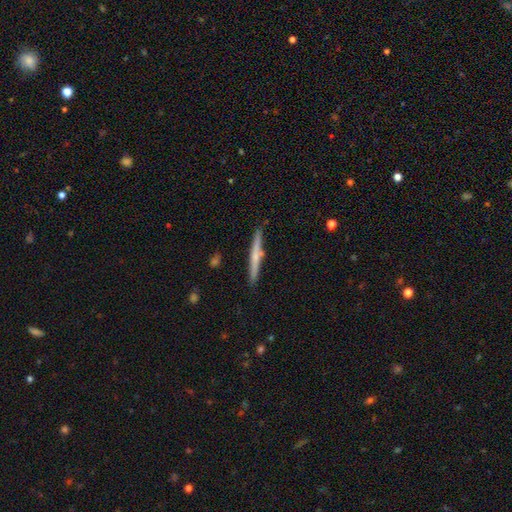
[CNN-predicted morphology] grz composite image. It shows a featured or disk galaxy (51%) viewed edge-on (97%). Merging: none (86%).